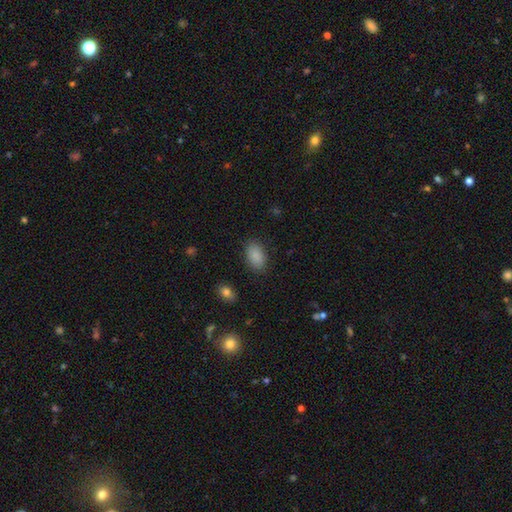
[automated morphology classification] Smooth or featured? Predicted: smooth (p=0.89). How rounded? Predicted: in between (p=0.92). Merging? Predicted: none (p=0.86).